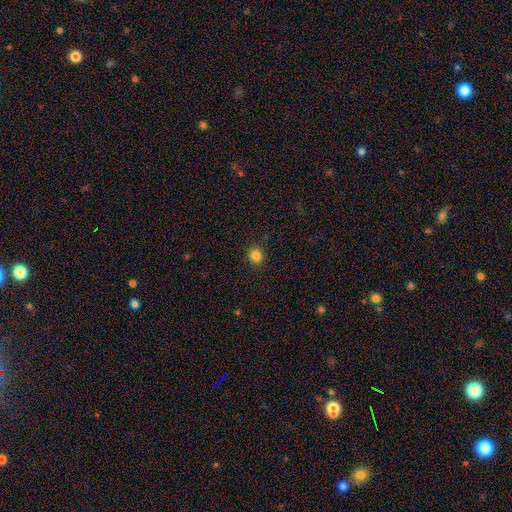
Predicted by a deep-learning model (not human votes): A smooth galaxy with no disk features (84%) that is round (89%). Merging: none (91%).